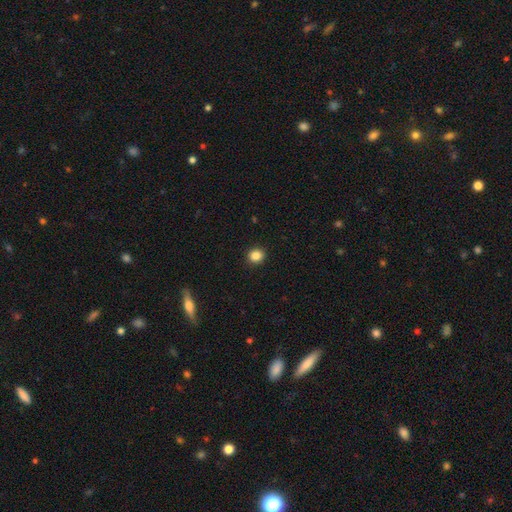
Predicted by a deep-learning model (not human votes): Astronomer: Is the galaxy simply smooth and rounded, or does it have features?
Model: smooth — 85%.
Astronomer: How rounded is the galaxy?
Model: round — 83%.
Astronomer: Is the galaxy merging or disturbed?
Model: none — 92%.